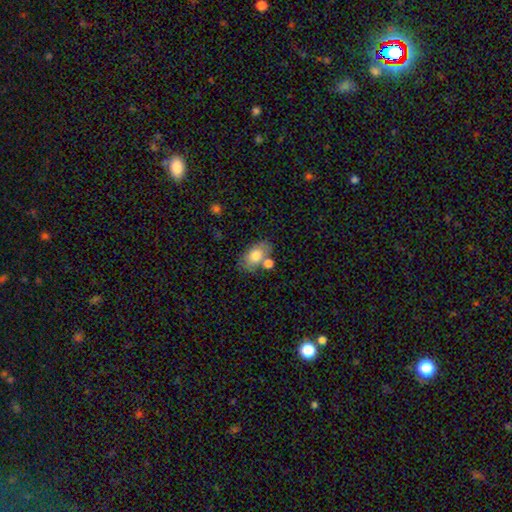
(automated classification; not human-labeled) A smooth galaxy with no disk features (76%) that is in between round and cigar-shaped (88%).

Vote fractions:
- Smooth or featured? smooth: 76% / featured or disk: 17% / star or artifact: 7%
- How rounded? in between: 88% / round: 10% / cigar-shaped: 2%
- Merging? none: 60% / merger: 21% / minor disturbance: 15% / major disturbance: 4%